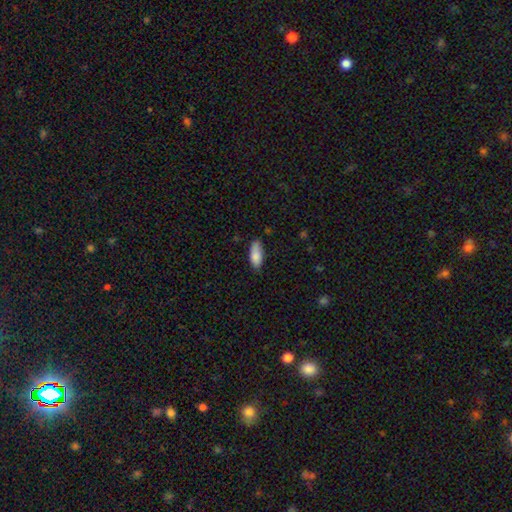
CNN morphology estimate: type=smooth (86%); roundness=in between (78%); merging=none (74%).